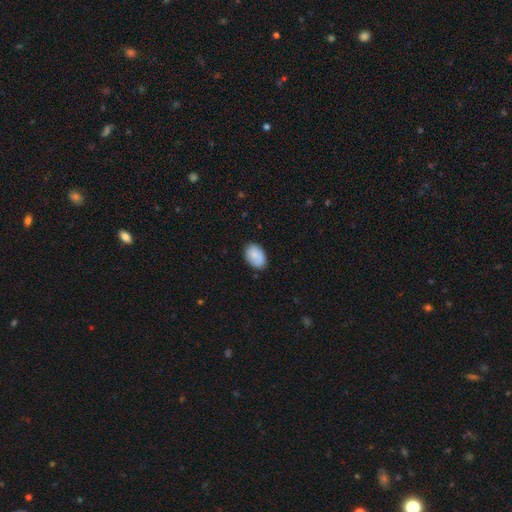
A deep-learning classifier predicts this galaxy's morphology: The model was most divided on "merging": none: 81%, minor disturbance: 15%, major disturbance: 3%, merger: 1%. More confident: how rounded — in between (87%); smooth or featured — smooth (82%).